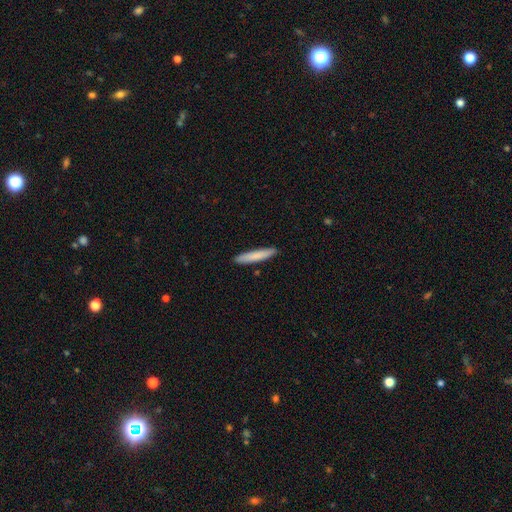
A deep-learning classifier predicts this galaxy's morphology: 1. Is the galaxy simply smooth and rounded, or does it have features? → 81% smooth, 14% featured or disk, 6% star or artifact.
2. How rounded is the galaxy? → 93% cigar-shaped, 6% in between, 1% round.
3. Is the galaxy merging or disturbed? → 91% none, 7% minor disturbance, 1% major disturbance, 1% merger.